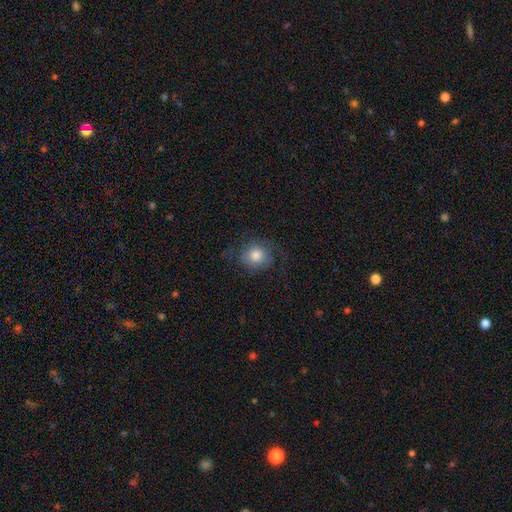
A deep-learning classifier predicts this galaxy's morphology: Smooth or featured? Predicted: smooth (p=0.70). How rounded? Predicted: round (p=0.80). Merging? Predicted: none (p=0.66).